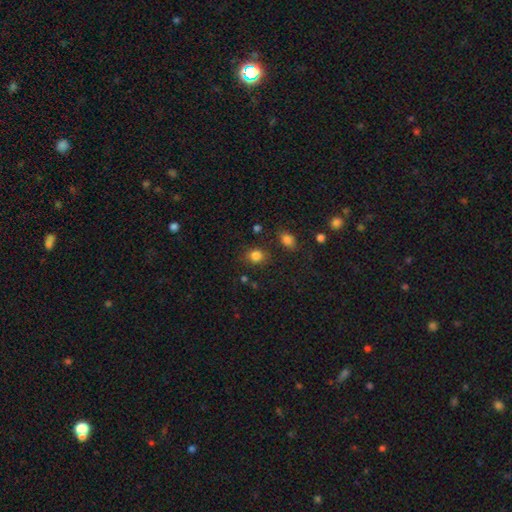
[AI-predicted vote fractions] smooth_or_featured: smooth (p=0.83) [alt: star or artifact p=0.12]
how_rounded: round (p=0.68) [alt: in between p=0.31]
merging: none (p=0.80) [alt: minor disturbance p=0.13]